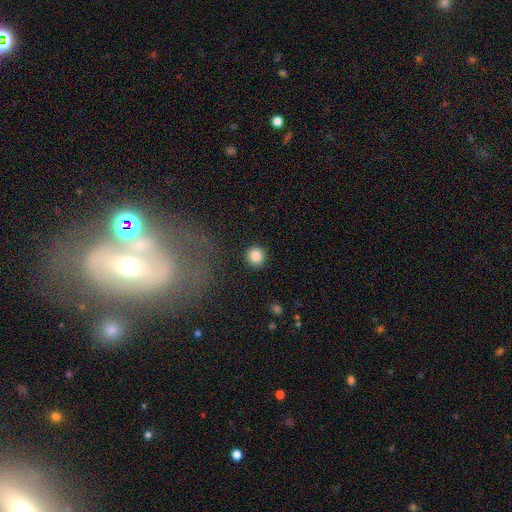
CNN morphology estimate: Smooth or featured? smooth (86%)
How rounded? round (94%)
Merging? none (90%)